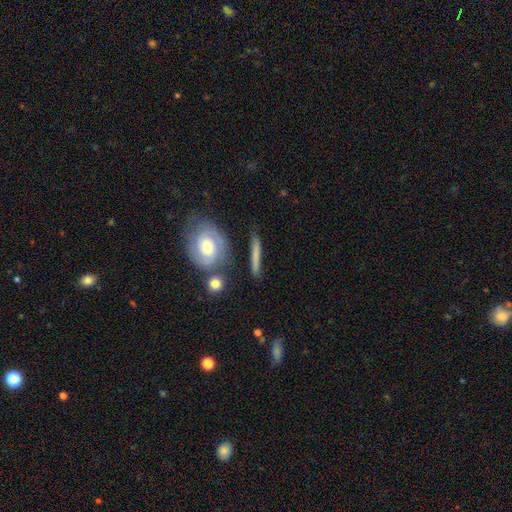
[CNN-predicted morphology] A smooth galaxy with no disk features (52%) that is cigar-shaped (84%).

Vote fractions:
- Smooth or featured? smooth: 52% / featured or disk: 41% / star or artifact: 7%
- How rounded? cigar-shaped: 84% / in between: 9% / round: 6%
- Merging? none: 77% / minor disturbance: 12% / merger: 7% / major disturbance: 4%